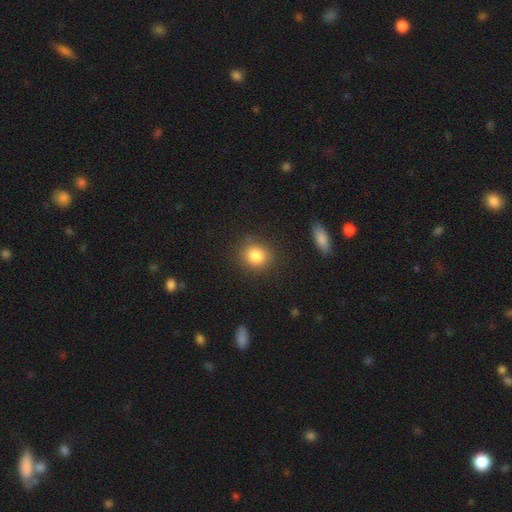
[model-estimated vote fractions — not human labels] This appears to be a smooth galaxy with no disk features (84%) that is round (78%). Merging: none (85%).